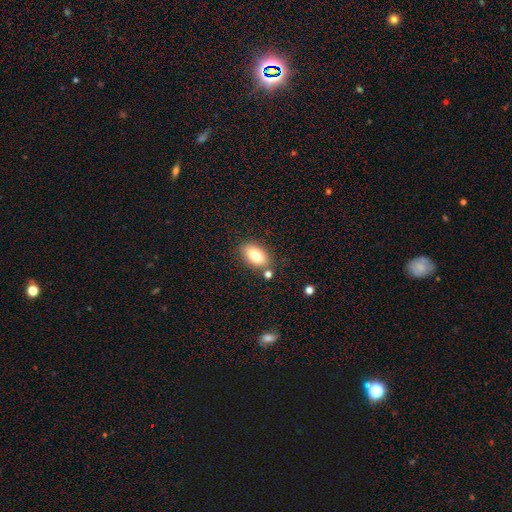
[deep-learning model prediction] Q: Smooth or featured?
A: smooth (80%); runner-up: featured or disk (12%)
Q: How rounded?
A: in between (90%); runner-up: round (8%)
Q: Merging?
A: none (76%); runner-up: minor disturbance (12%)